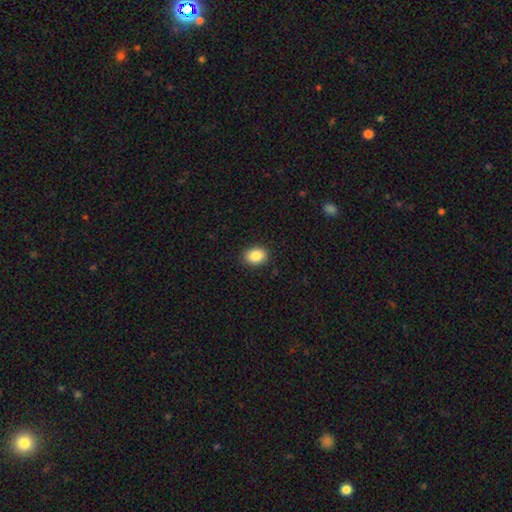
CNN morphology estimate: This appears to be a smooth galaxy with no disk features (87%) that is in between round and cigar-shaped (63%). Merging: none (90%).